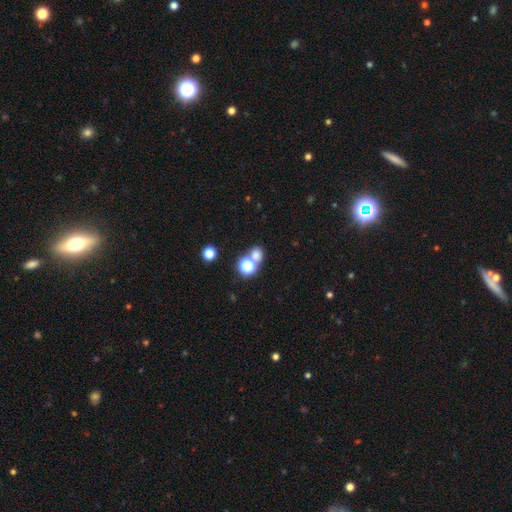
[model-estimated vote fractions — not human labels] Smooth or featured?
  - smooth: 67% *
  - star or artifact: 25%
  - featured or disk: 8%
How rounded?
  - round: 75% *
  - in between: 24%
  - cigar-shaped: 1%
Merging?
  - none: 54% *
  - merger: 34%
  - minor disturbance: 7%
  - major disturbance: 4%